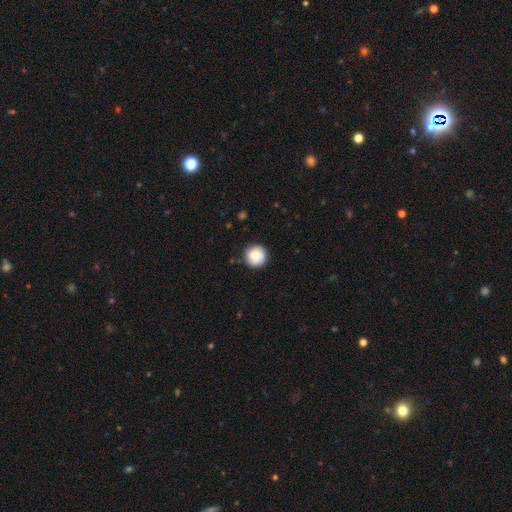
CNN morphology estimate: Smooth or featured?
  - smooth: 78% *
  - featured or disk: 14%
  - star or artifact: 8%
How rounded?
  - round: 95% *
  - in between: 4%
  - cigar-shaped: 1%
Merging?
  - none: 82% *
  - minor disturbance: 14%
  - major disturbance: 3%
  - merger: 2%